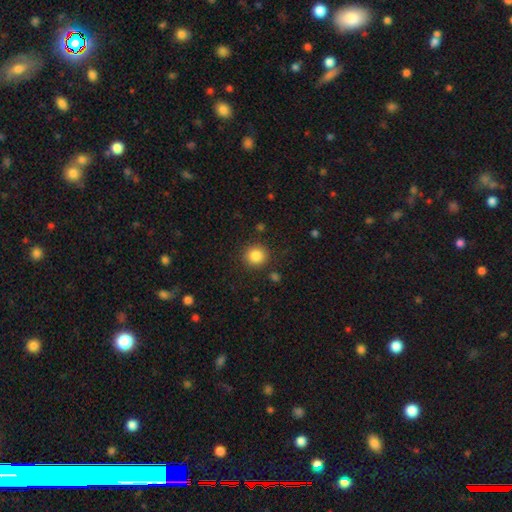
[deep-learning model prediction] Smooth or featured?
  - smooth: 86% *
  - star or artifact: 10%
  - featured or disk: 5%
How rounded?
  - round: 90% *
  - in between: 9%
  - cigar-shaped: 1%
Merging?
  - none: 88% *
  - minor disturbance: 7%
  - major disturbance: 3%
  - merger: 2%